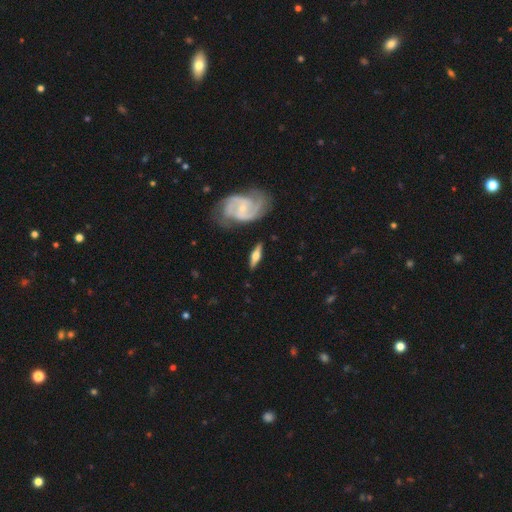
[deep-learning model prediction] Smooth or featured? featured or disk (71%)
Edge-on disk? yes (72%)
Edge-on bulge? rounded (92%)
Merging? none (77%)